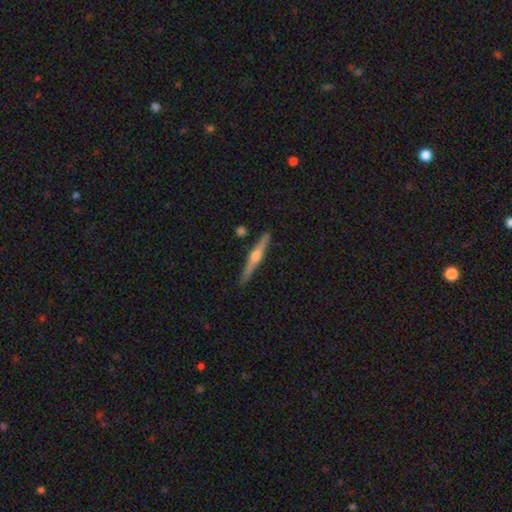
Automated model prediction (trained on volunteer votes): Smooth or featured? featured or disk (73%)
Edge-on disk? yes (98%)
Edge-on bulge? rounded (91%)
Merging? none (89%)